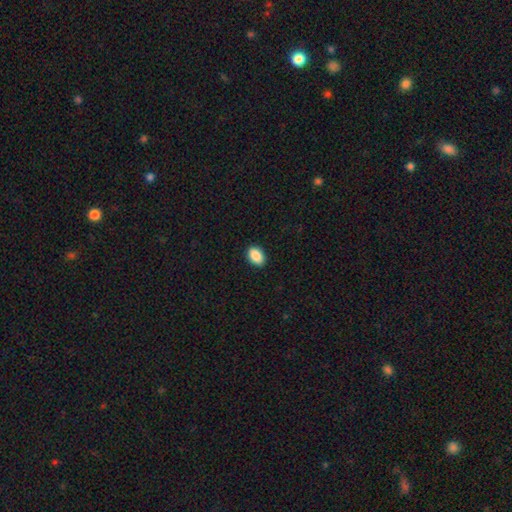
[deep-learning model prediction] The model was most divided on "how rounded": in between: 90%, round: 8%, cigar-shaped: 1%. More confident: merging — none (90%); smooth or featured — smooth (90%).